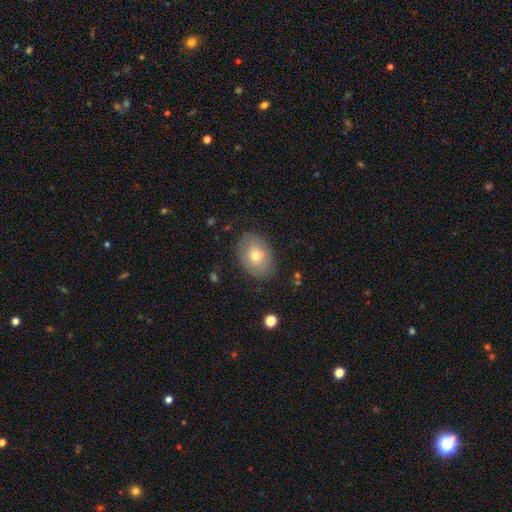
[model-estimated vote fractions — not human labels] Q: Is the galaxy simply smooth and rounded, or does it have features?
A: smooth — 64%.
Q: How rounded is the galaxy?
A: in between — 78%.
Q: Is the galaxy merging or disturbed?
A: none — 78%.